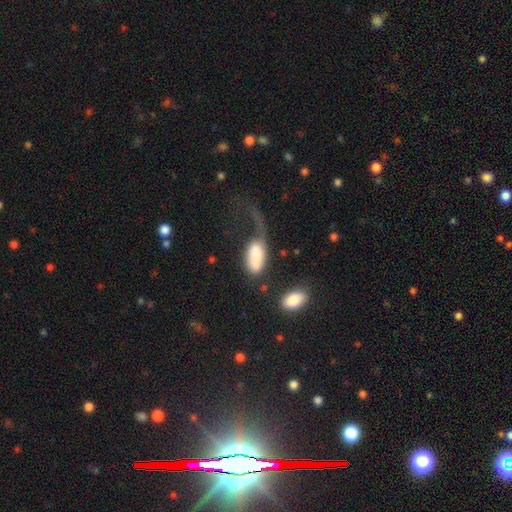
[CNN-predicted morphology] smooth 76%, featured or disk 18%, star or artifact 6%. Down the decision tree: how rounded — in between (91%); merging — major disturbance (55%).